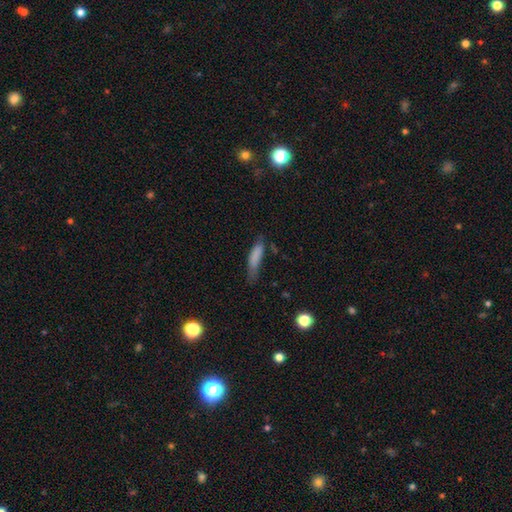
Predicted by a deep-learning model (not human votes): The model was most divided on "merging": none: 45%, minor disturbance: 36%, major disturbance: 14%, merger: 4%. More confident: smooth or featured — smooth (80%); how rounded — cigar-shaped (67%).